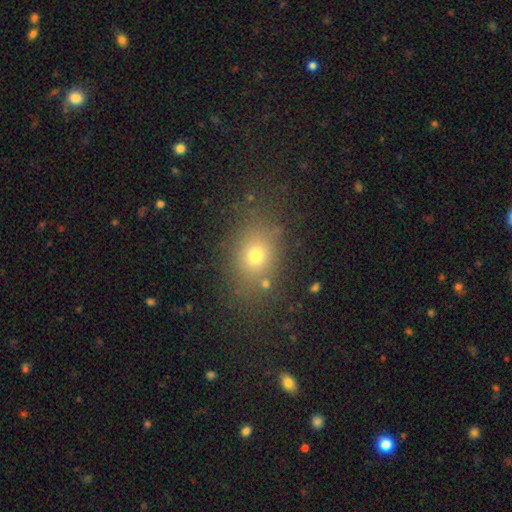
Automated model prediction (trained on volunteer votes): A smooth galaxy with no disk features (69%) that is in between round and cigar-shaped (57%).

Vote fractions:
- Smooth or featured? smooth: 69% / star or artifact: 19% / featured or disk: 12%
- How rounded? in between: 57% / round: 42% / cigar-shaped: 2%
- Merging? none: 79% / minor disturbance: 12% / major disturbance: 6% / merger: 3%